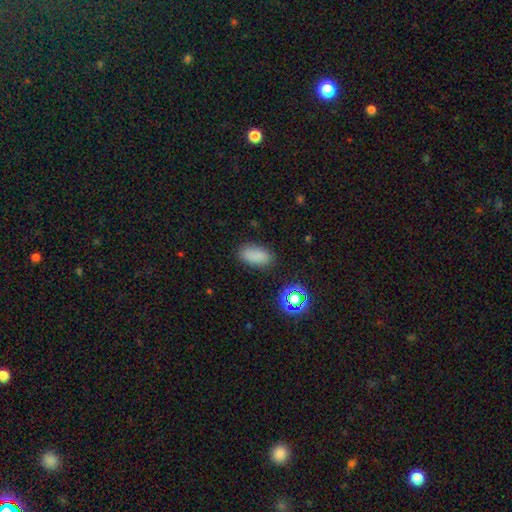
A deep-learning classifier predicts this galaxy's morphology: This appears to be a smooth galaxy with no disk features (82%) that is in between round and cigar-shaped (91%). Merging: none (84%).